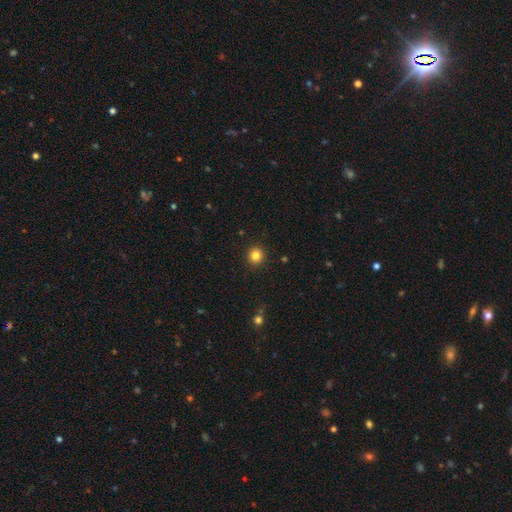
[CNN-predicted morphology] Overall: smooth (83%). How rounded: round (93%). Merging: none (92%).